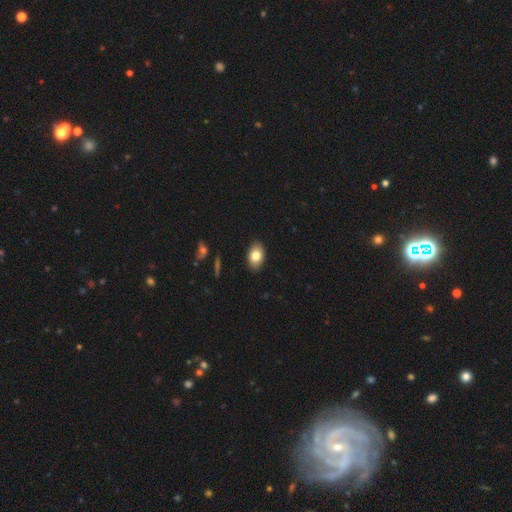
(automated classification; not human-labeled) Smooth or featured: smooth — 80% (featured or disk — 12%)
How rounded: in between — 90% (round — 9%)
Merging: none — 89% (minor disturbance — 9%)